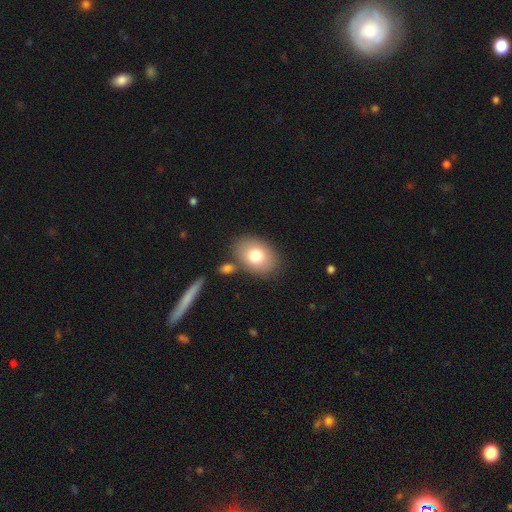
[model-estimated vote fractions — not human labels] smooth-or-featured: smooth: 76% | featured or disk: 16% | star or artifact: 8%
  how-rounded: in between: 76% | round: 23% | cigar-shaped: 1%
  merging: none: 77% | minor disturbance: 11% | merger: 8% | major disturbance: 4%